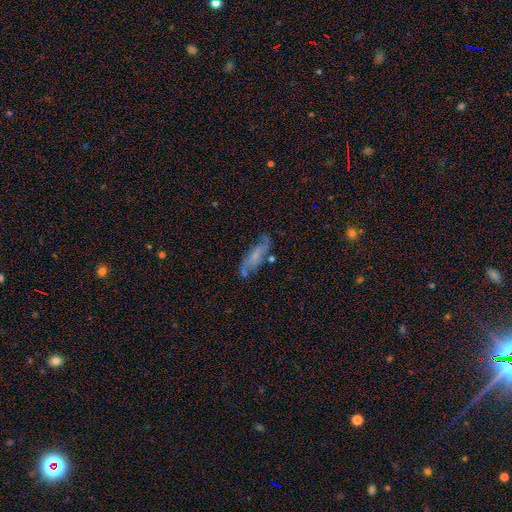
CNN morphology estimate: Smooth or featured? Predicted: smooth (p=0.50). How rounded? Predicted: in between (p=0.50). Merging? Predicted: none (p=0.57).